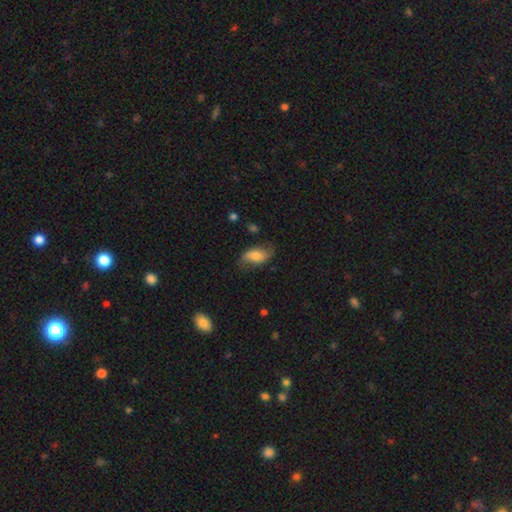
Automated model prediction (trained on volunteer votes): Morphology: type=smooth (57%); roundness=in between (90%); merging=none (64%).